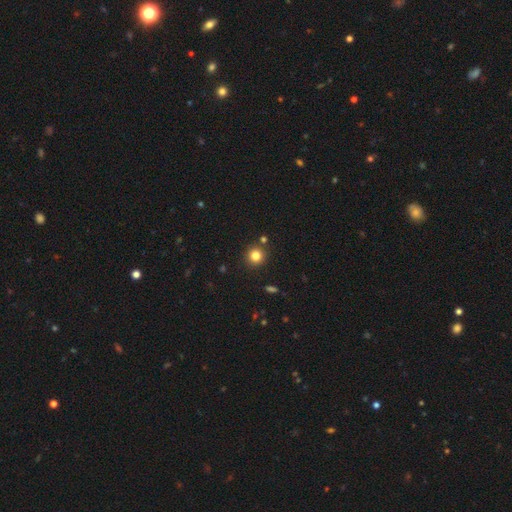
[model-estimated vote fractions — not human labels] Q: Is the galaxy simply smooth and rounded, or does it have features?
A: smooth — 81%.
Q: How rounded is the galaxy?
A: round — 93%.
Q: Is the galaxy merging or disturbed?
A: none — 87%.